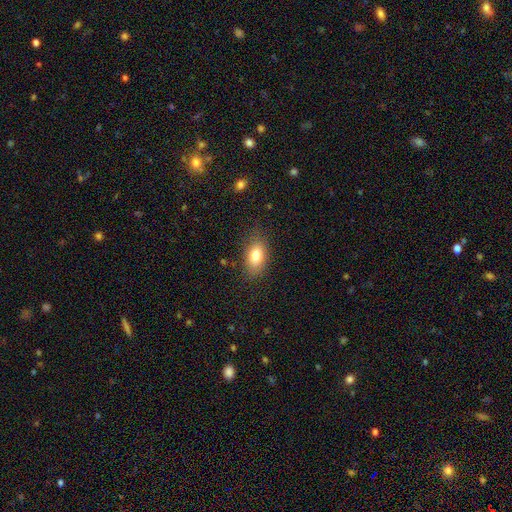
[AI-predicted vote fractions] Q: Smooth or featured?
A: smooth (80%); runner-up: featured or disk (12%)
Q: How rounded?
A: in between (86%); runner-up: round (11%)
Q: Merging?
A: none (82%); runner-up: minor disturbance (13%)